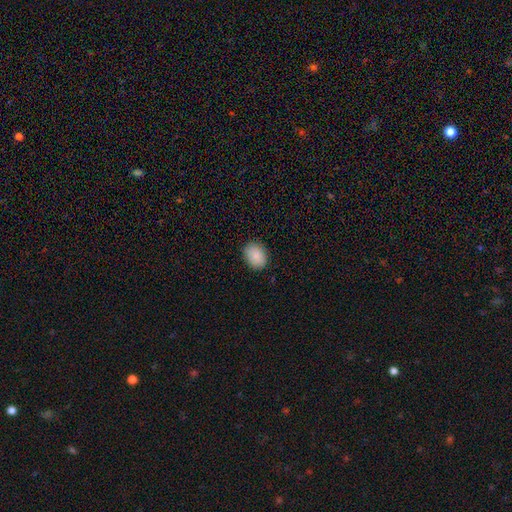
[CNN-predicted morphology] smooth-or-featured: smooth: 88% | star or artifact: 7% | featured or disk: 5%
  how-rounded: in between: 65% | round: 34% | cigar-shaped: 1%
  merging: none: 88% | minor disturbance: 9% | major disturbance: 2% | merger: 1%